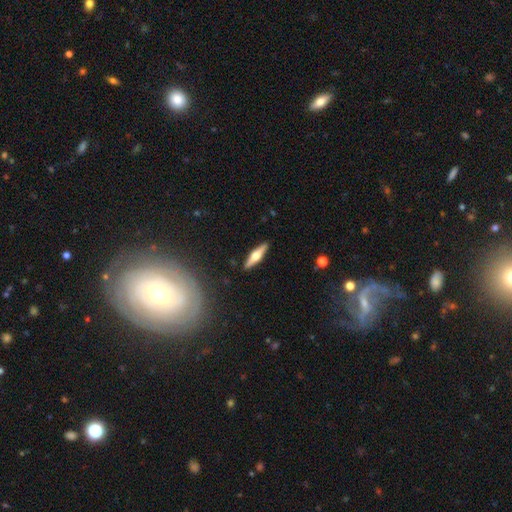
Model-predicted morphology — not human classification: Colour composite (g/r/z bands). It shows a featured or disk galaxy (59%) viewed edge-on (96%) with a rounded central bulge (91%). Merging: none (90%).